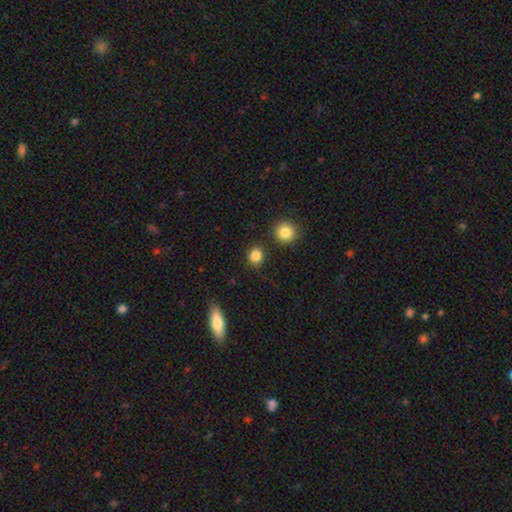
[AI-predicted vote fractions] Q: Smooth or featured?
A: smooth (85%); runner-up: star or artifact (11%)
Q: How rounded?
A: round (82%); runner-up: in between (17%)
Q: Merging?
A: none (85%); runner-up: minor disturbance (7%)